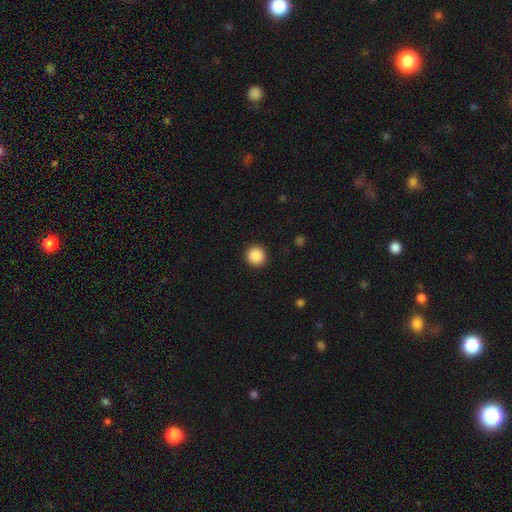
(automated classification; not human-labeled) A smooth galaxy with no disk features (89%) that is round (94%). Merging: none (92%).